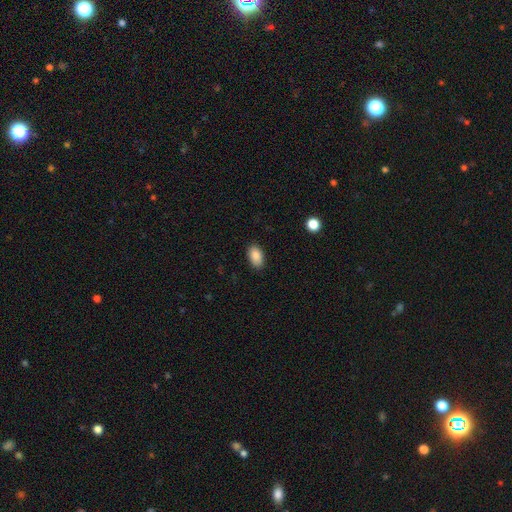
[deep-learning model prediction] A smooth galaxy with no disk features (88%) that is in between round and cigar-shaped (92%).

Vote fractions:
- Smooth or featured? smooth: 88% / star or artifact: 8% / featured or disk: 4%
- How rounded? in between: 92% / round: 6% / cigar-shaped: 2%
- Merging? none: 86% / minor disturbance: 10% / major disturbance: 2% / merger: 1%